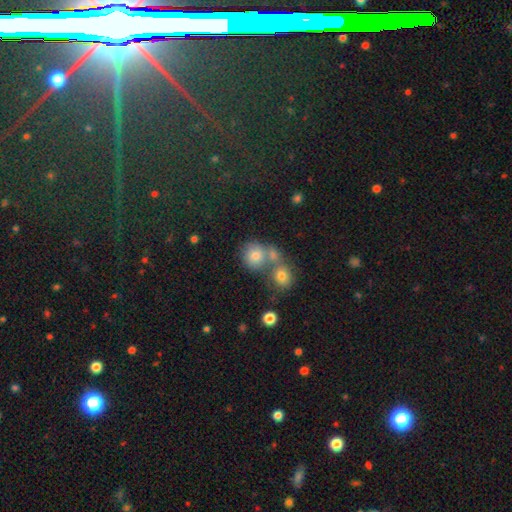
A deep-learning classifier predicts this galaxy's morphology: A smooth galaxy with no disk features (74%) that is round (83%). Merging: merger (44%, tied with none).